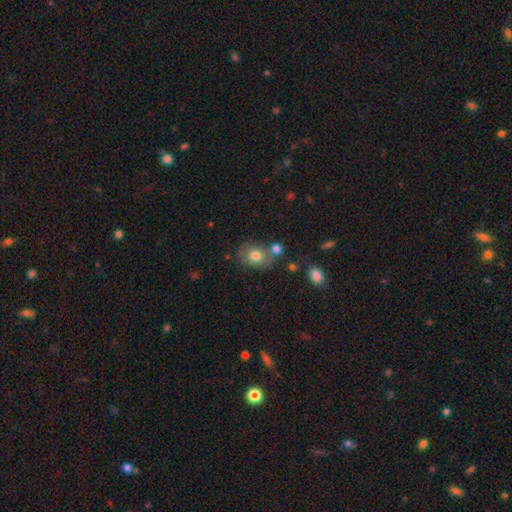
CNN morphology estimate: Smooth or featured? Predicted: smooth (p=0.76). How rounded? Predicted: in between (p=0.53). Merging? Predicted: none (p=0.60).